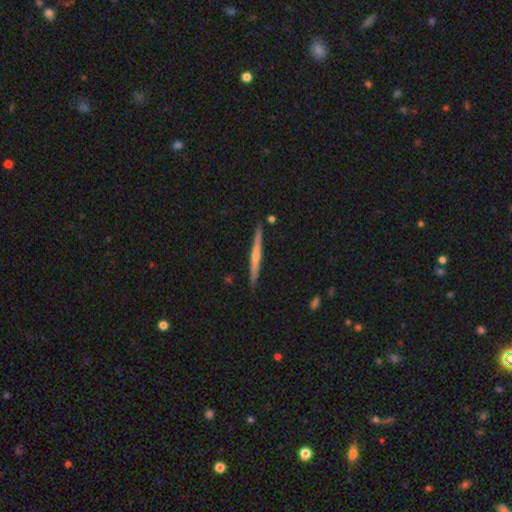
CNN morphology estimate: smooth-or-featured: featured or disk: 62% | smooth: 32% | star or artifact: 6%
  disk-edge-on: yes: 98% | no: 2%
    edge-on-bulge: rounded: 52% | none: 41% | boxy: 8%
  merging: none: 90% | minor disturbance: 7% | merger: 1% | major disturbance: 1%